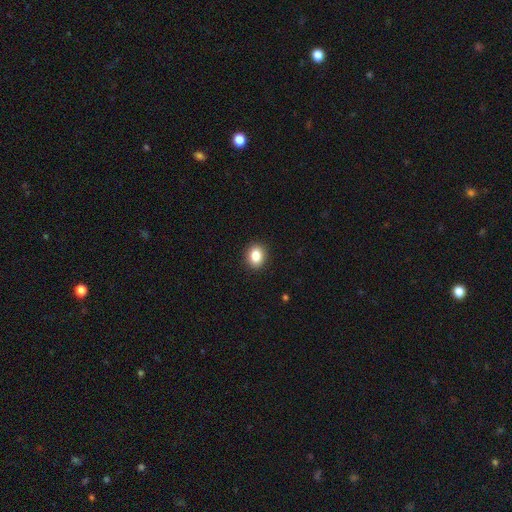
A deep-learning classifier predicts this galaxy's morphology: smooth-or-featured: smooth: 85% | star or artifact: 10% | featured or disk: 6%
  how-rounded: round: 55% | in between: 44% | cigar-shaped: 1%
  merging: none: 91% | minor disturbance: 6% | major disturbance: 2% | merger: 1%